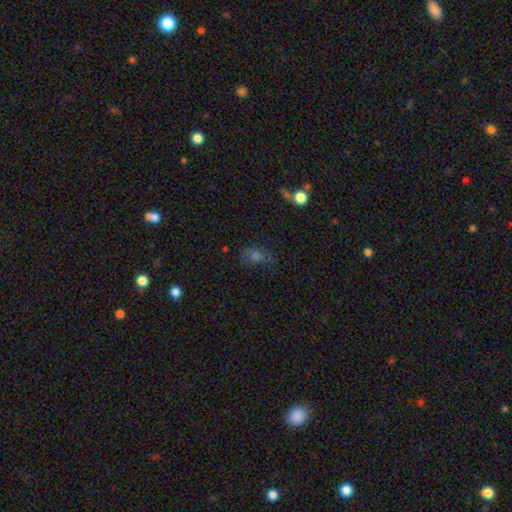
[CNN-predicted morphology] smooth 53%, star or artifact 29%, featured or disk 19%. Down the decision tree: how rounded — in between (66%); merging — none (57%).